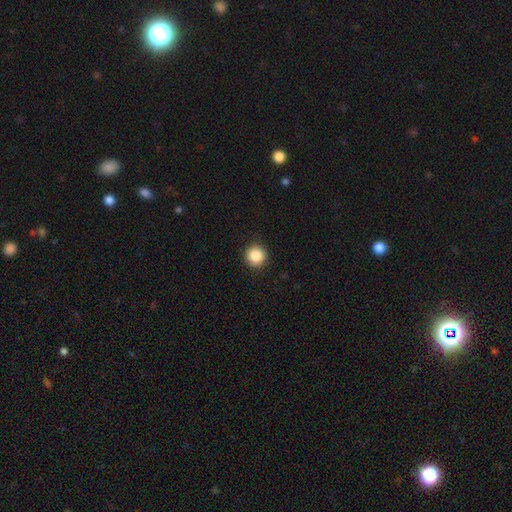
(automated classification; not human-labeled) Smooth or featured?
  - smooth: 88% *
  - star or artifact: 9%
  - featured or disk: 3%
How rounded?
  - round: 95% *
  - in between: 4%
  - cigar-shaped: 1%
Merging?
  - none: 93% *
  - minor disturbance: 5%
  - major disturbance: 2%
  - merger: 1%